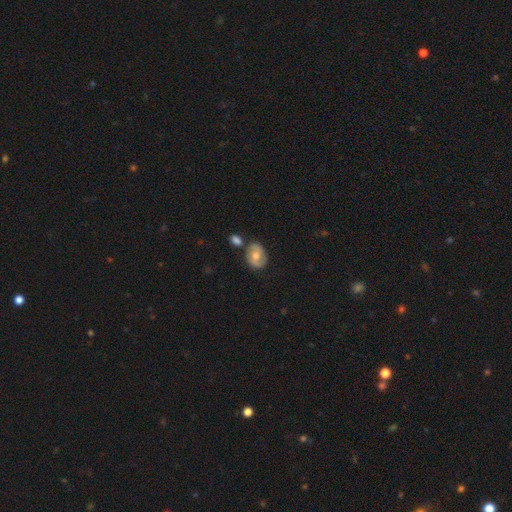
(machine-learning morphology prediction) smooth_or_featured: smooth (p=0.50) [alt: featured or disk p=0.43]
merging: none (p=0.65) [alt: minor disturbance p=0.17]